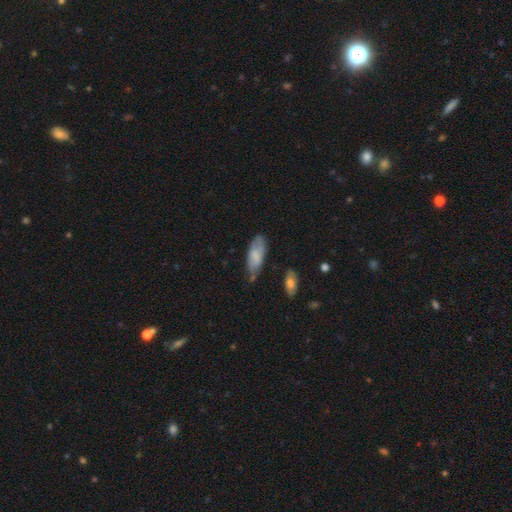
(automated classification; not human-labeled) The model was most divided on "merging": none: 61%, minor disturbance: 28%, major disturbance: 7%, merger: 5%. More confident: how rounded — in between (78%); smooth or featured — smooth (69%).